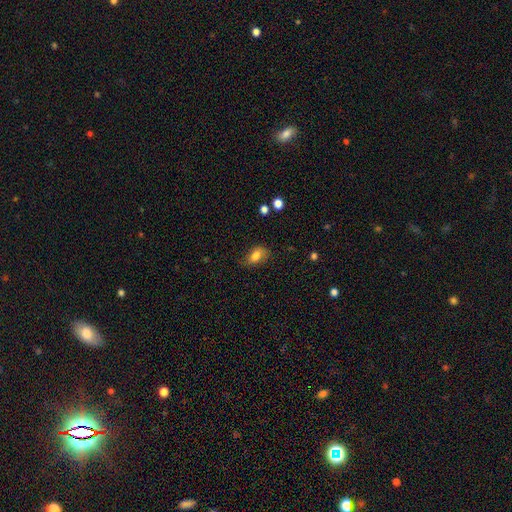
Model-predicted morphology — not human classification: This appears to be a smooth galaxy with no disk features (78%) that is in between round and cigar-shaped (84%). Merging: none (61%).